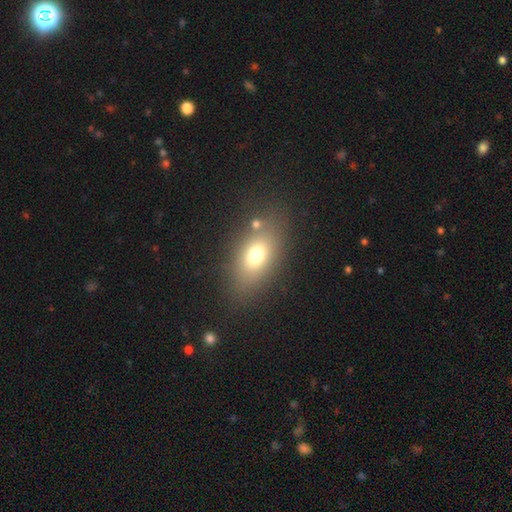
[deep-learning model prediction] Overall: smooth (71%). How rounded: in between (82%). Merging: none (78%).